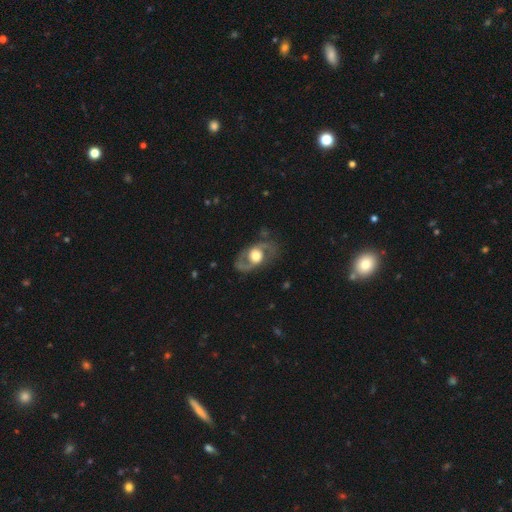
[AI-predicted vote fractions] Morphology: type=featured or disk (78%); edge-on=no (93%); bar=no (69%); spiral arms=yes (78%); winding=medium (51%); arm count=2 (90%); bulge=large (45%, tied with moderate); merging=none (76%).